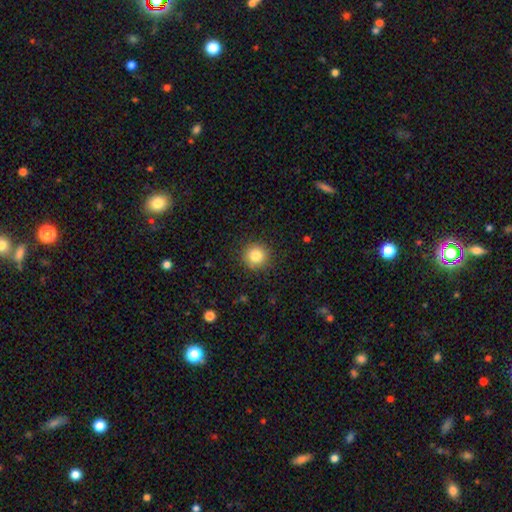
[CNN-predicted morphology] smooth 82%, star or artifact 11%, featured or disk 7%. Down the decision tree: how rounded — round (94%); merging — none (90%).